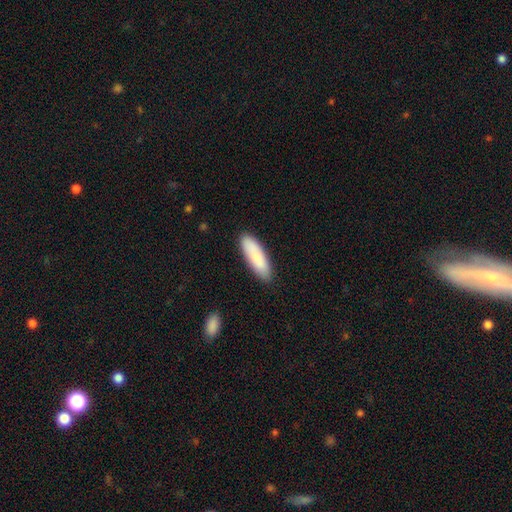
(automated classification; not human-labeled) smooth 86%, featured or disk 9%, star or artifact 6%. Down the decision tree: how rounded — cigar-shaped (52%); merging — none (87%).